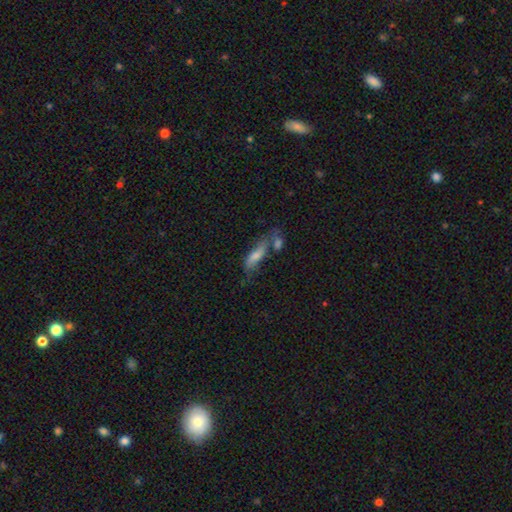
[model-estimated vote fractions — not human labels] This appears to be a smooth galaxy with no disk features (55%) that is cigar-shaped (56%). Merging: none (42%).